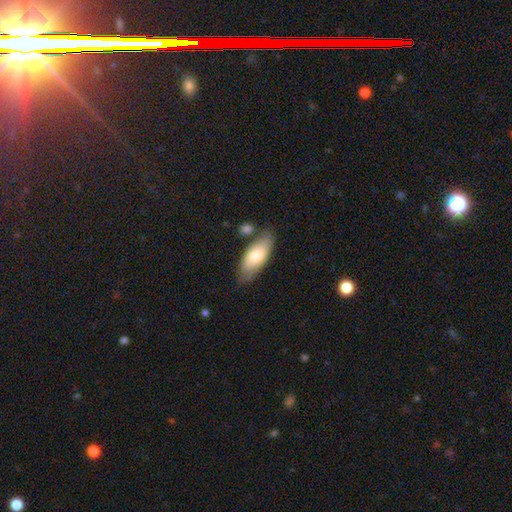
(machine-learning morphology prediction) The model was most divided on "merging": none: 68%, minor disturbance: 20%, merger: 8%, major disturbance: 4%. More confident: how rounded — in between (83%); smooth or featured — smooth (76%).